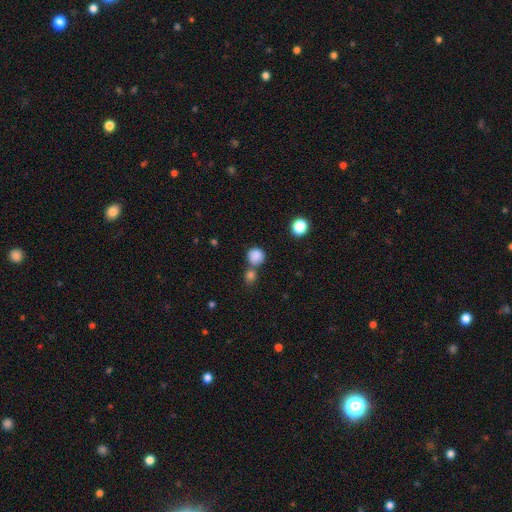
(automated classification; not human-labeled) Smooth or featured?
  - smooth: 84% *
  - star or artifact: 10%
  - featured or disk: 6%
How rounded?
  - round: 88% *
  - in between: 11%
  - cigar-shaped: 1%
Merging?
  - none: 55% *
  - merger: 31%
  - minor disturbance: 10%
  - major disturbance: 4%